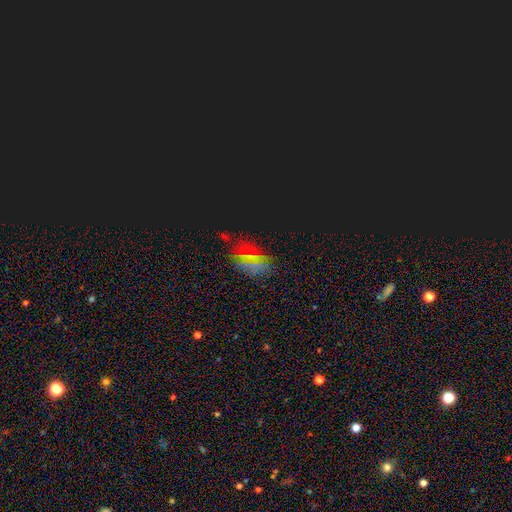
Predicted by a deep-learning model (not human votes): Morphology: type=star or artifact (59%).